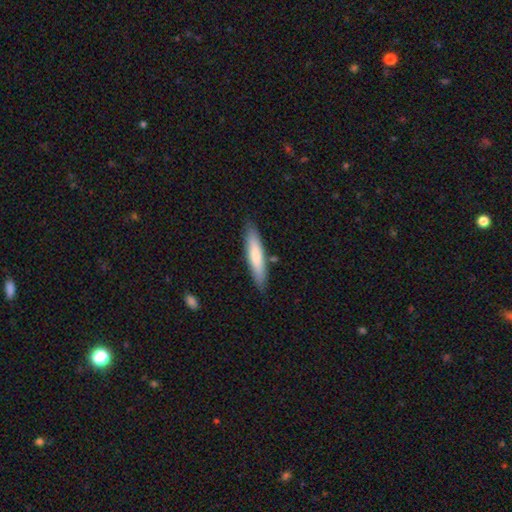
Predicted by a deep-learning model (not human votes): smooth_or_featured: smooth (p=0.73) [alt: featured or disk p=0.22]
how_rounded: cigar-shaped (p=0.84) [alt: in between p=0.15]
merging: none (p=0.85) [alt: minor disturbance p=0.11]